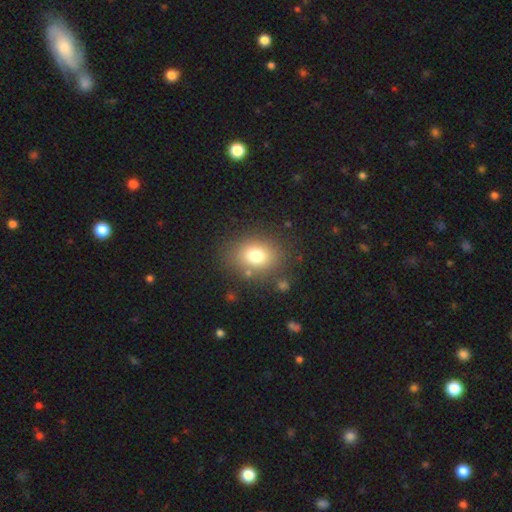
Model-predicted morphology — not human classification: type=smooth (77%); roundness=in between (54%); merging=none (81%).